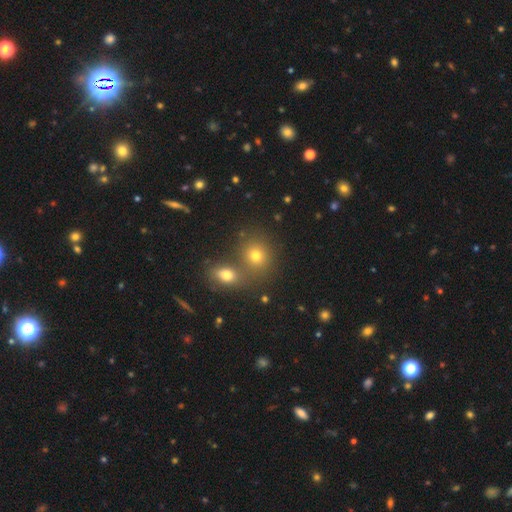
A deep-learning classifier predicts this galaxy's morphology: Overall: smooth (73%). How rounded: round (74%). Merging: none (55%; merger 34%).